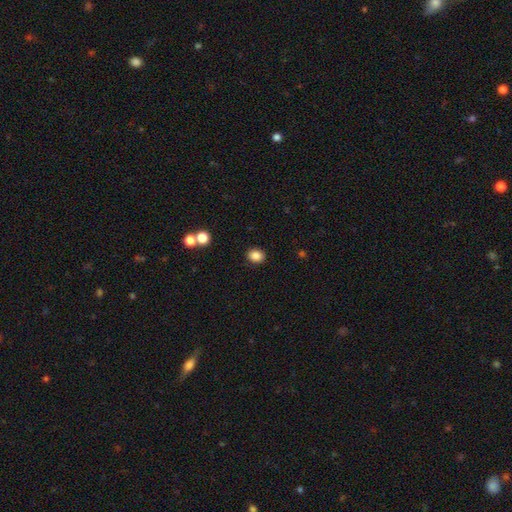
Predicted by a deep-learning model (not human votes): Overall: smooth (85%). How rounded: round (54%; in between 46%). Merging: none (89%).